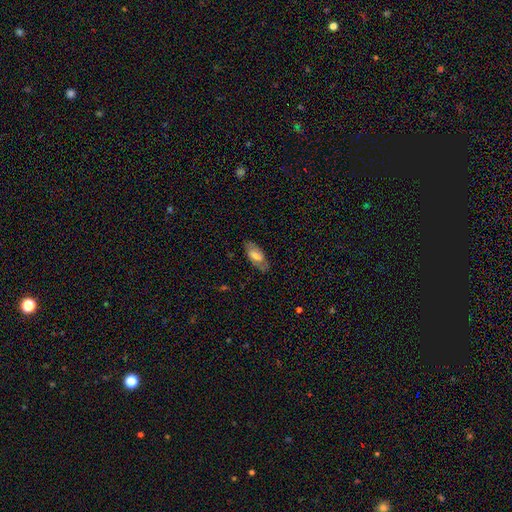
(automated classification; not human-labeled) smooth_or_featured: smooth (p=0.52) [alt: featured or disk p=0.41]
how_rounded: in between (p=0.87) [alt: cigar-shaped p=0.10]
merging: none (p=0.80) [alt: minor disturbance p=0.14]